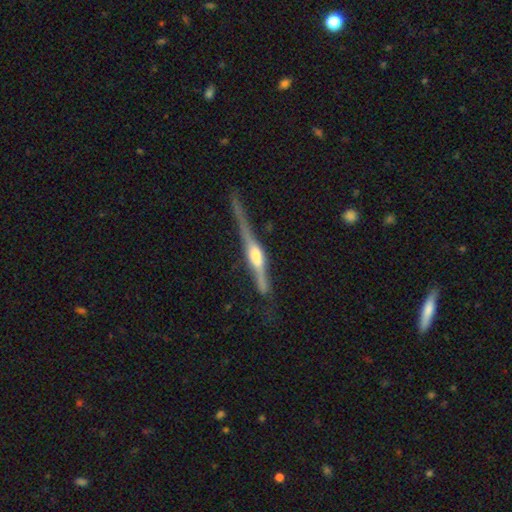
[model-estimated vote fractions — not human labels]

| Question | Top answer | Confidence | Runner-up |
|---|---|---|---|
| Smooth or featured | featured or disk | 81% | smooth (13%) |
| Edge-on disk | yes | 97% | no (3%) |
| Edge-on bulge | rounded | 84% | boxy (11%) |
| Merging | none | 69% | minor disturbance (20%) |